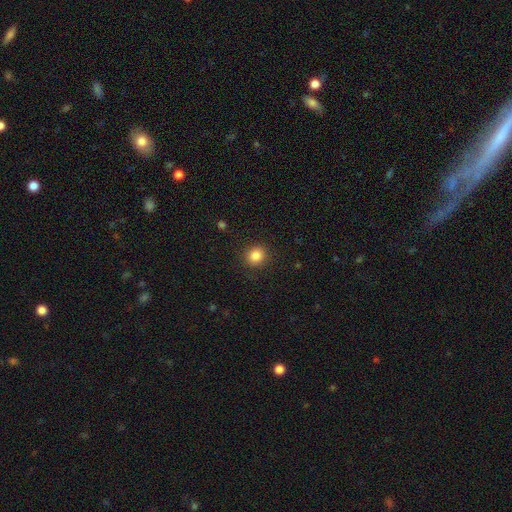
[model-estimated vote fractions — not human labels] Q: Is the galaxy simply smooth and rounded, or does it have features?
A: smooth — 84%.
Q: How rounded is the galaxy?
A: round — 84%.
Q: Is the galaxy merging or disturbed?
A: none — 90%.